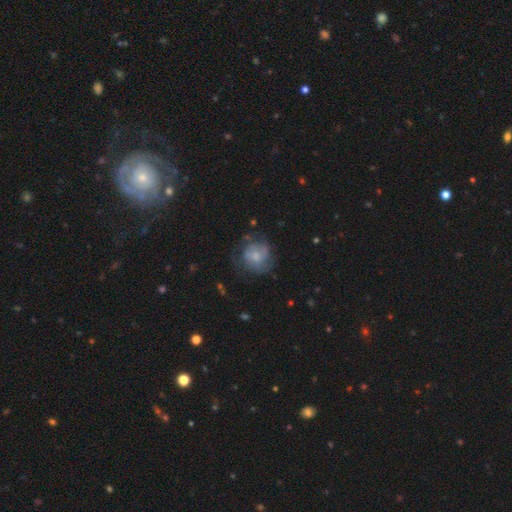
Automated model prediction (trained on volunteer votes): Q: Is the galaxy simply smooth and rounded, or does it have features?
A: smooth — 50%.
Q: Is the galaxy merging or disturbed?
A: none — 52%.